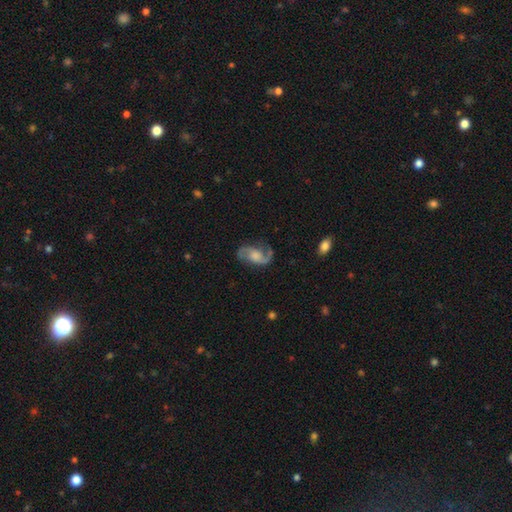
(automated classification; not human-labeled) Overall: featured or disk (84%). Edge-on disk: no (97%). Bar: no (58%; weak 35%). Spiral arms: yes (96%). Spiral arm count: 2 (92%). Spiral winding: loose (45%, tied with medium). Bulge size: moderate (31%; large 29%). Merging: none (74%).